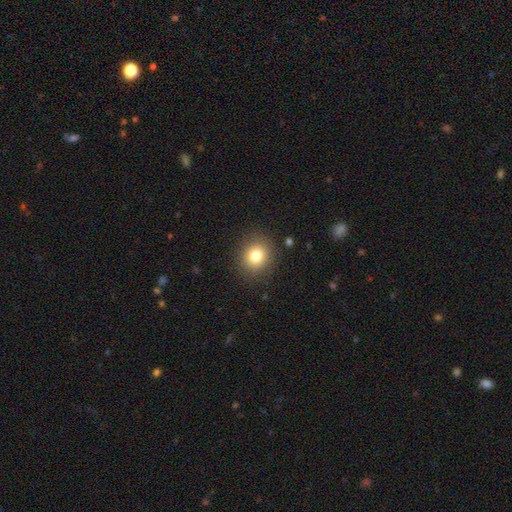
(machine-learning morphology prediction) The model was most divided on "how rounded": round: 82%, in between: 17%, cigar-shaped: 1%. More confident: merging — none (88%); smooth or featured — smooth (80%).